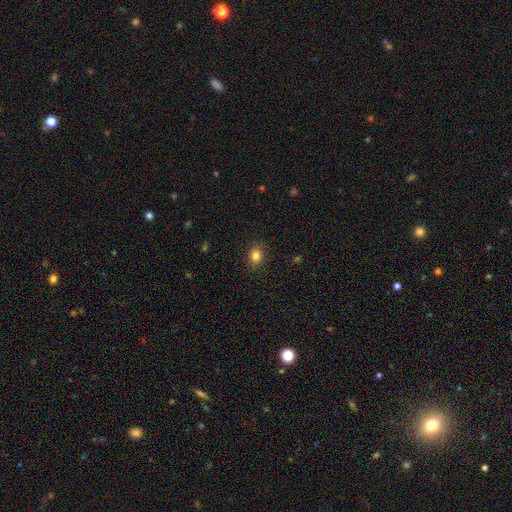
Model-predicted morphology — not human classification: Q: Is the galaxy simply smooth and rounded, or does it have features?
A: smooth — 84%.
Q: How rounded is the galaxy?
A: in between — 58%.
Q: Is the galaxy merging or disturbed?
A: none — 88%.